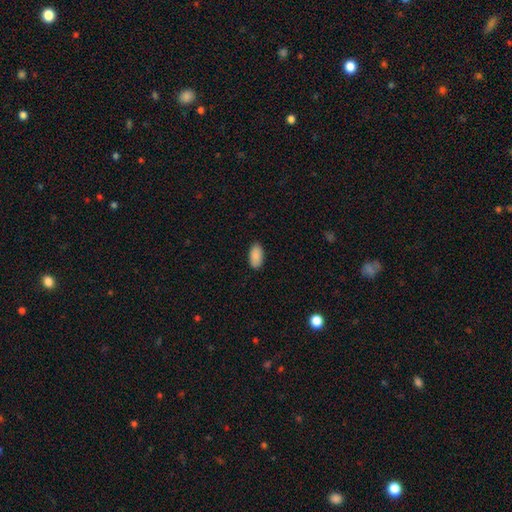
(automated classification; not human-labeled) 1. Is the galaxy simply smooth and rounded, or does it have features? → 90% smooth, 6% star or artifact, 3% featured or disk.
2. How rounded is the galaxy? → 95% in between, 3% cigar-shaped, 2% round.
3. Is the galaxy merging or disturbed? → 89% none, 8% minor disturbance, 2% major disturbance, 1% merger.